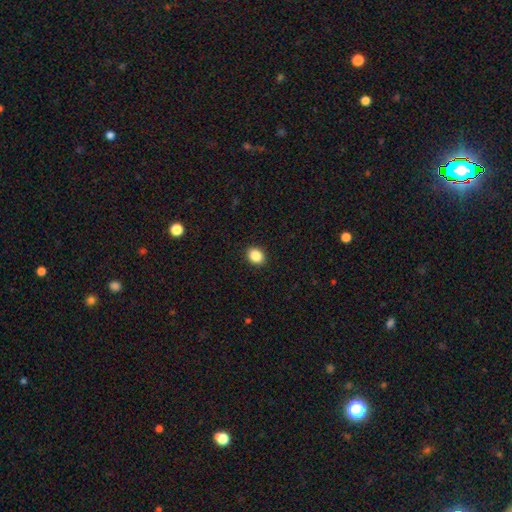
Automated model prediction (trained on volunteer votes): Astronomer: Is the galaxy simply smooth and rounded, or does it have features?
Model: smooth — 88%.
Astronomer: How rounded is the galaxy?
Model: round — 54% (runner-up: in between, 45%).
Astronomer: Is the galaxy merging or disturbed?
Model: none — 91%.